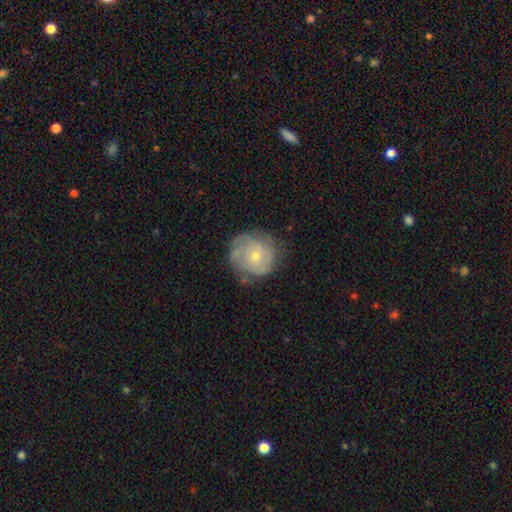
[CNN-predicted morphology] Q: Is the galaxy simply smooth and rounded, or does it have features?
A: featured or disk — 64%.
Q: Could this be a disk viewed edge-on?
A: no — 97%.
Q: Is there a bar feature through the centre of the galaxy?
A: no — 81%.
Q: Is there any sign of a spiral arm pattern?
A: yes — 80%.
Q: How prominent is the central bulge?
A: small — 59%.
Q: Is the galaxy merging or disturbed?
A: none — 71%.